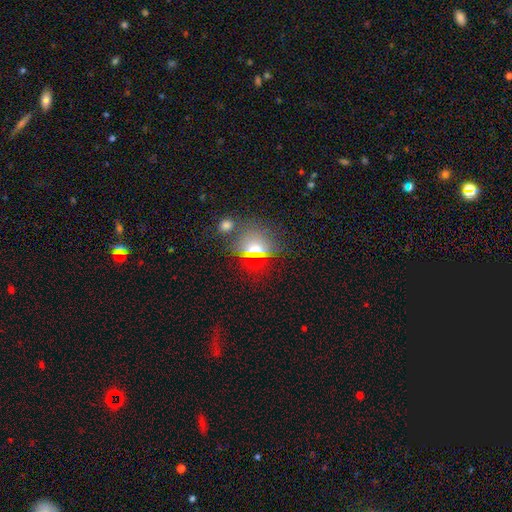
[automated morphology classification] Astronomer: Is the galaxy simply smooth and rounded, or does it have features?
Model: smooth — 55% (runner-up: star or artifact, 31%).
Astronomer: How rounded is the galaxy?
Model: round — 71%.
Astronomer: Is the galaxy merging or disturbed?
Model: none — 71%.